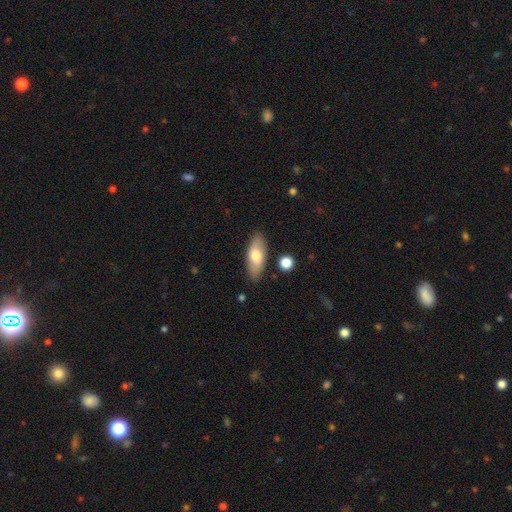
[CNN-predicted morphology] Smooth or featured?
  - smooth: 69% *
  - featured or disk: 25%
  - star or artifact: 6%
How rounded?
  - in between: 78% *
  - cigar-shaped: 19%
  - round: 3%
Merging?
  - none: 84% *
  - minor disturbance: 11%
  - merger: 2%
  - major disturbance: 2%